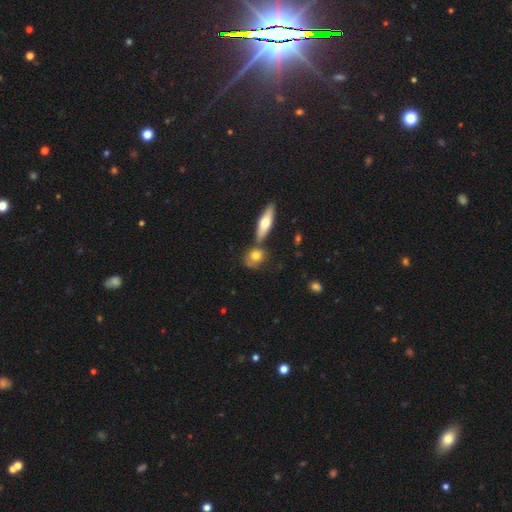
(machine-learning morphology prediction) type=smooth (69%); roundness=round (49%); merging=none (56%).